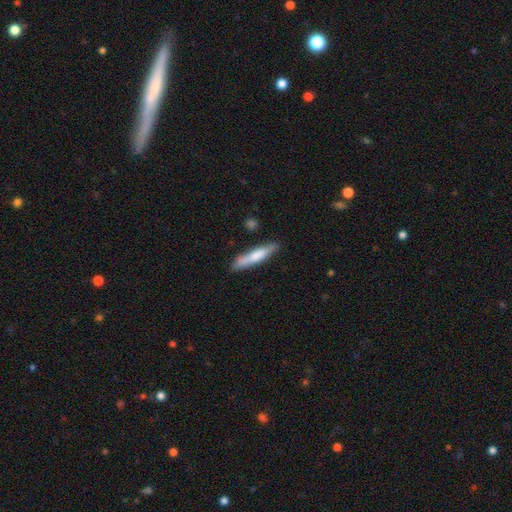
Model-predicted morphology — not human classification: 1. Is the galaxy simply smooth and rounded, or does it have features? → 68% smooth, 27% featured or disk, 5% star or artifact.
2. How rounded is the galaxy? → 88% cigar-shaped, 11% in between, 1% round.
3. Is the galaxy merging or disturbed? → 79% none, 15% minor disturbance, 3% merger, 3% major disturbance.